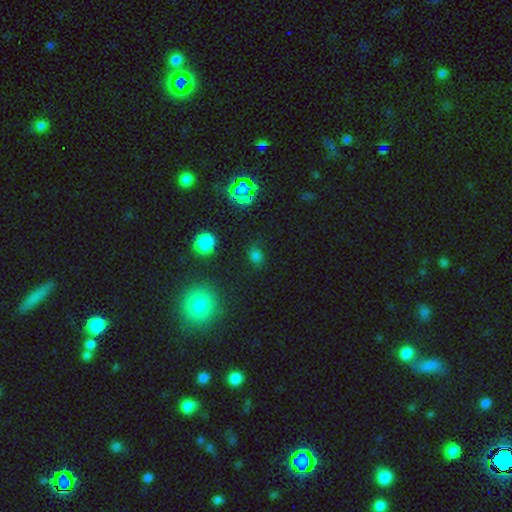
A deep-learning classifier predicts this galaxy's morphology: Smooth or featured: smooth — 62% (star or artifact — 30%)
How rounded: round — 56% (in between — 42%)
Merging: none — 74% (minor disturbance — 16%)